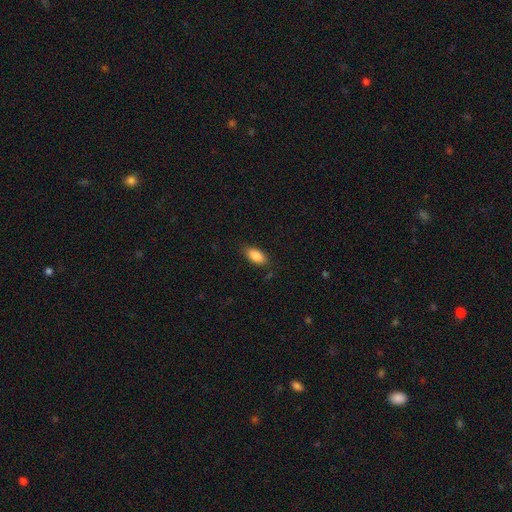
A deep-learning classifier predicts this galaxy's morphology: smooth-or-featured: smooth: 87% | star or artifact: 7% | featured or disk: 6%
  how-rounded: in between: 89% | cigar-shaped: 9% | round: 3%
  merging: none: 81% | minor disturbance: 15% | major disturbance: 3% | merger: 1%